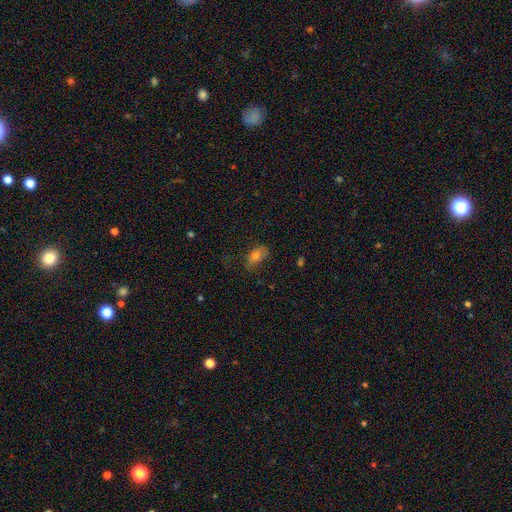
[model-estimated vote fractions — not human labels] Smooth or featured? smooth (73%)
How rounded? in between (87%)
Merging? none (65%)